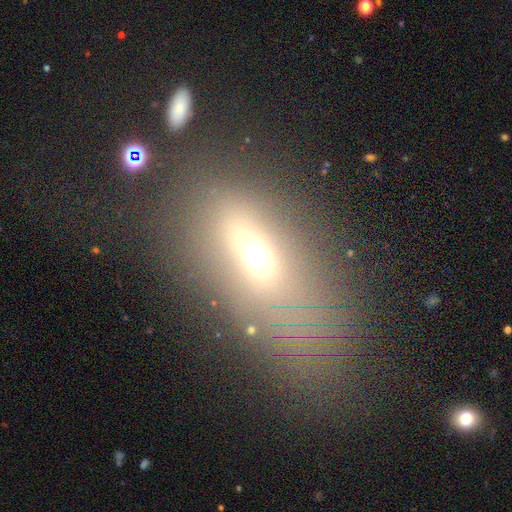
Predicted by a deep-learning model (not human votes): A smooth galaxy with no disk features (52%) that is in between round and cigar-shaped (78%).

Vote fractions:
- Smooth or featured? smooth: 52% / featured or disk: 30% / star or artifact: 18%
- How rounded? in between: 78% / round: 11% / cigar-shaped: 11%
- Merging? none: 61% / minor disturbance: 18% / major disturbance: 16% / merger: 5%